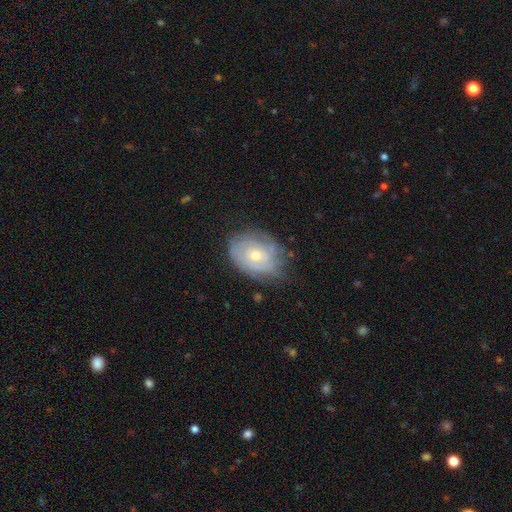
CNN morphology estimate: Overall: featured or disk (64%; smooth 28%). Edge-on disk: no (95%). Bar: no (83%). Spiral arms: yes (71%). Bulge size: moderate (51%; small 45%). Merging: none (64%; minor disturbance 26%).